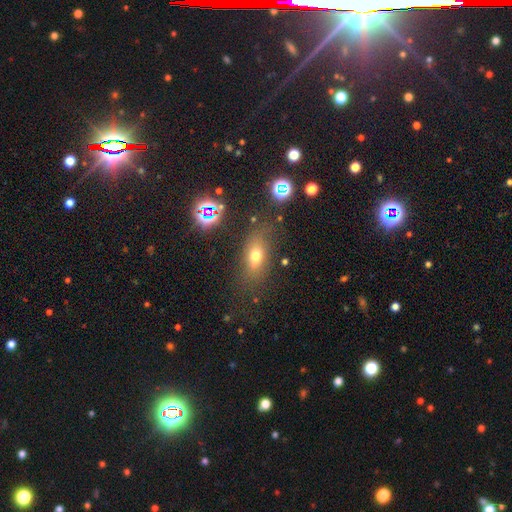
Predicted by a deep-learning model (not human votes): Smooth or featured? Predicted: smooth (p=0.65). How rounded? Predicted: in between (p=0.74). Merging? Predicted: none (p=0.73).